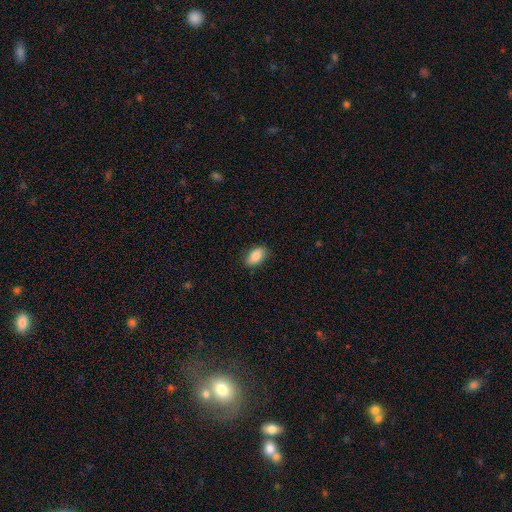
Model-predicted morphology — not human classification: Smooth or featured? smooth (84%)
How rounded? in between (91%)
Merging? none (86%)